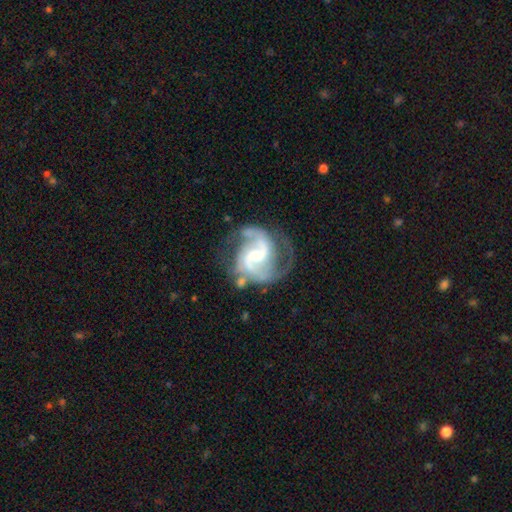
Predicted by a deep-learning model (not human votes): The model was most divided on "bulge size": moderate: 50%, small: 44%, large: 3%, none: 2%, dominant: 1%. More confident: edge-on disk — no (98%); spiral arms — yes (98%); smooth or featured — featured or disk (91%); spiral arm count — 2 (85%); merging — none (65%); spiral winding — medium (58%); bar — weak (50%).